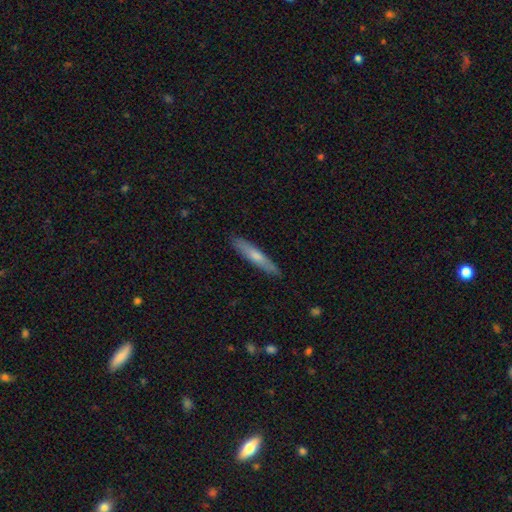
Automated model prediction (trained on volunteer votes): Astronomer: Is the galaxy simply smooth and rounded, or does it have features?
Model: smooth — 61%.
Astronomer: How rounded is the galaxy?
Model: cigar-shaped — 90%.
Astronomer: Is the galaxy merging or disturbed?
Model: none — 89%.